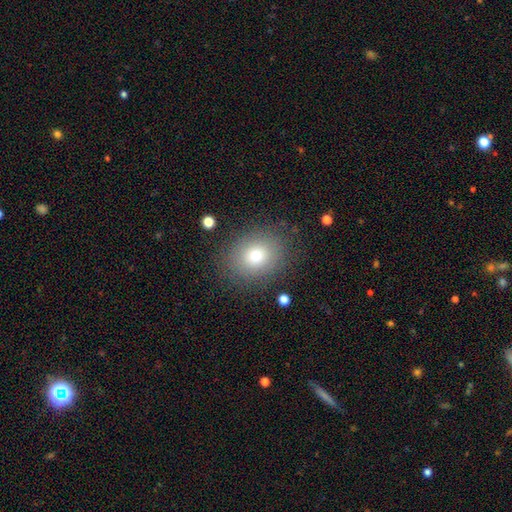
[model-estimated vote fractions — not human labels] This is likely a smooth galaxy (72%). How rounded: possibly round (59%). Merging: clearly none (84%).